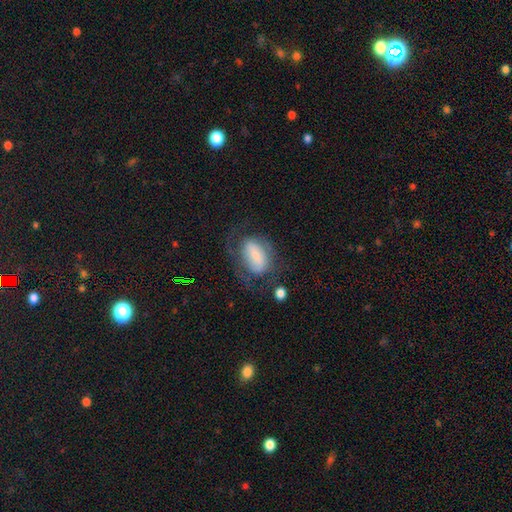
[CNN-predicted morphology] The model was most divided on "smooth or featured": featured or disk: 53%, smooth: 40%, star or artifact: 8%. More confident: edge-on disk — no (94%); merging — none (51%).